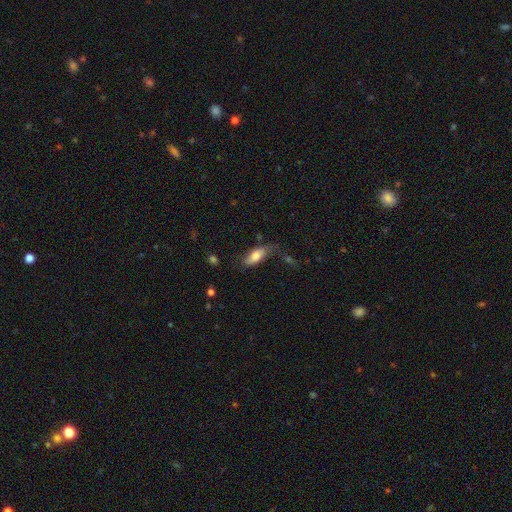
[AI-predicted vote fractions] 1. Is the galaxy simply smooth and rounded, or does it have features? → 70% smooth, 23% featured or disk, 7% star or artifact.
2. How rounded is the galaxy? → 77% in between, 20% cigar-shaped, 3% round.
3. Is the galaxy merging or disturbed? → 53% none, 28% minor disturbance, 14% major disturbance, 5% merger.